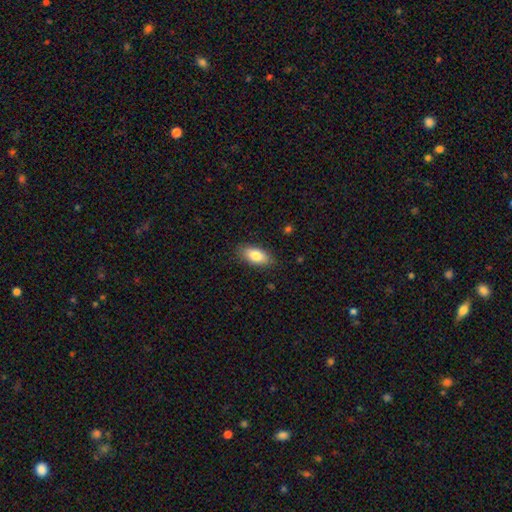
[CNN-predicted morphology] This is clearly a smooth galaxy (81%). How rounded: clearly in between (88%). Merging: clearly none (86%).